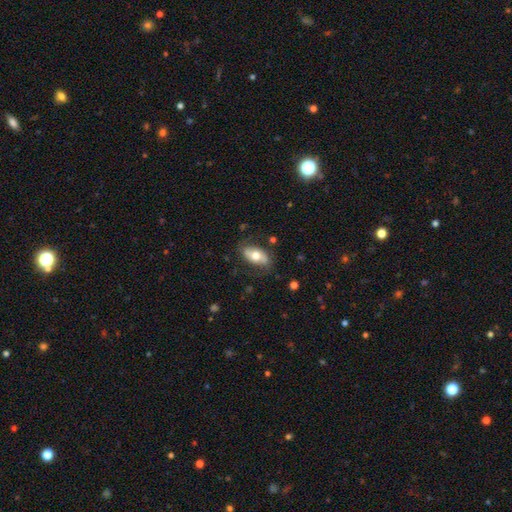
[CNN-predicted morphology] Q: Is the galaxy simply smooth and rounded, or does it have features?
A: smooth — 53%.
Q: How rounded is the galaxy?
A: in between — 89%.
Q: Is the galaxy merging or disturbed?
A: none — 75%.